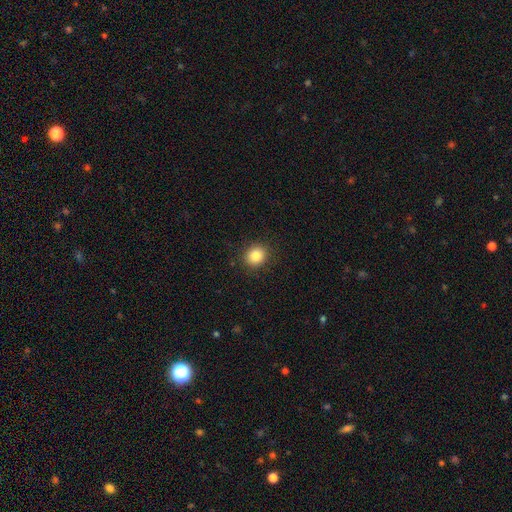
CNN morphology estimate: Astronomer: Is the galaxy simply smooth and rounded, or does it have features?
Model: smooth — 84%.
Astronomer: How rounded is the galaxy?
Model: round — 80%.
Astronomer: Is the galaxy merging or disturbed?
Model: none — 90%.